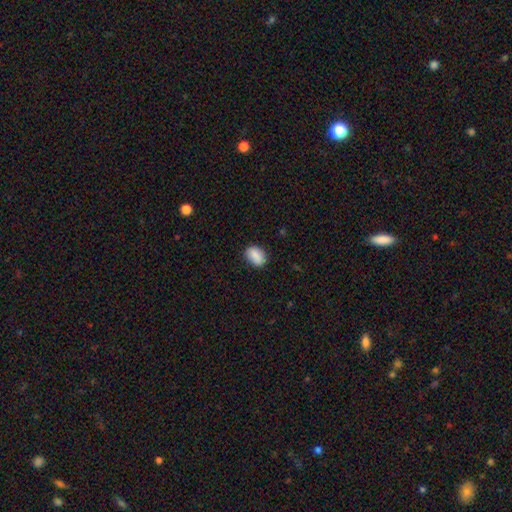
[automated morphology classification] Overall: smooth (87%). How rounded: in between (82%). Merging: none (85%).